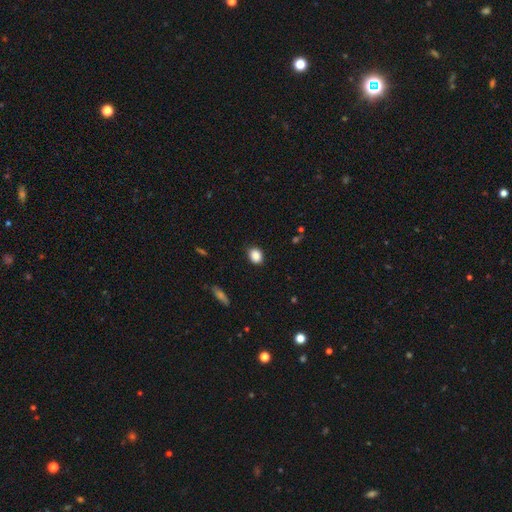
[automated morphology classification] A smooth galaxy with no disk features (87%) that is in between round and cigar-shaped (52%). Merging: none (84%).